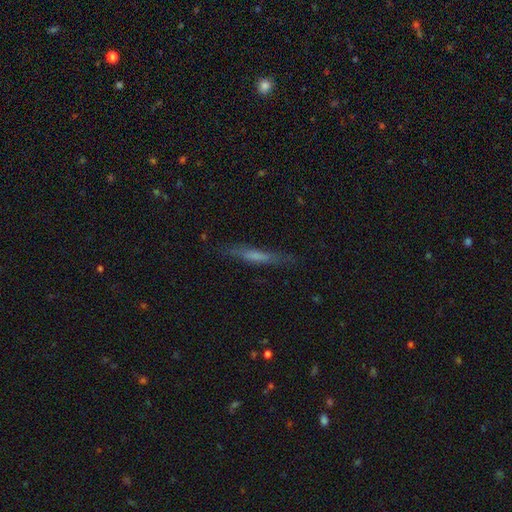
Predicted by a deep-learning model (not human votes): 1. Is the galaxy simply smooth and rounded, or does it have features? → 48% smooth, 44% featured or disk, 8% star or artifact.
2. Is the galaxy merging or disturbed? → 82% none, 13% minor disturbance, 4% major disturbance, 1% merger.